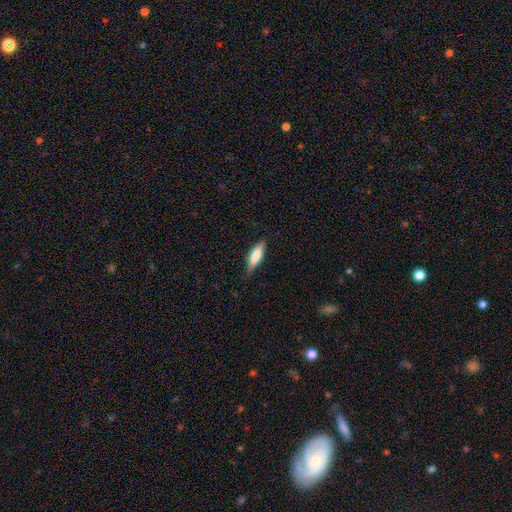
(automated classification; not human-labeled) A smooth galaxy with no disk features (73%) that is in between round and cigar-shaped (53%).

Vote fractions:
- Smooth or featured? smooth: 73% / featured or disk: 21% / star or artifact: 6%
- How rounded? in between: 53% / cigar-shaped: 45% / round: 2%
- Merging? none: 77% / minor disturbance: 18% / major disturbance: 3% / merger: 1%